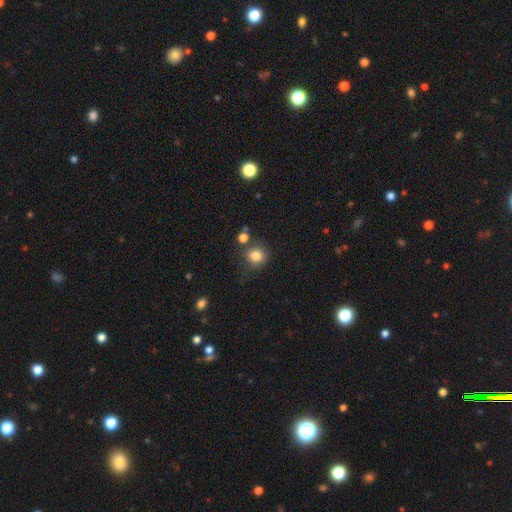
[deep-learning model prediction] smooth 83%, star or artifact 11%, featured or disk 6%. Down the decision tree: how rounded — round (86%); merging — none (70%).